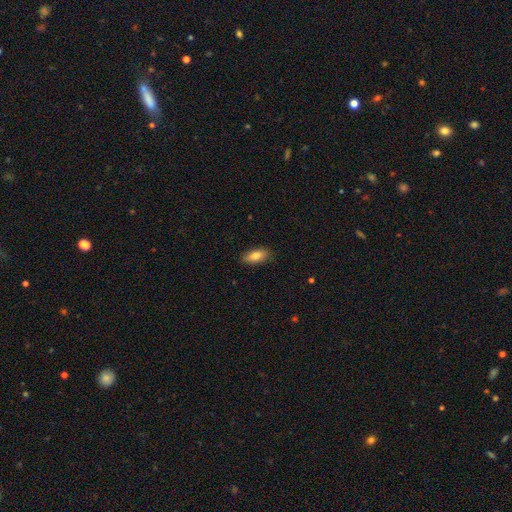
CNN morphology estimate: The model was most divided on "smooth or featured": smooth: 80%, featured or disk: 13%, star or artifact: 7%. More confident: merging — none (85%); how rounded — in between (83%).